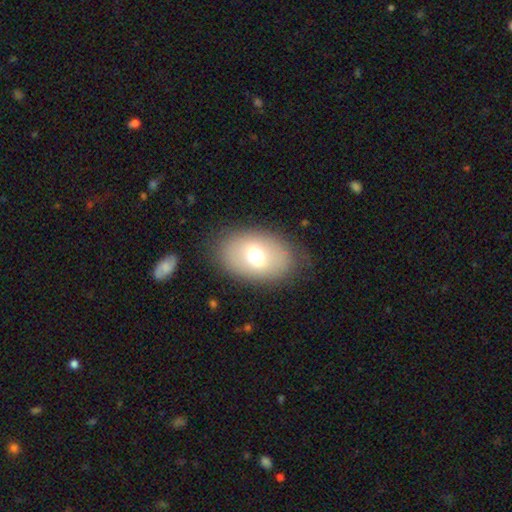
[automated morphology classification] Smooth or featured?
  - smooth: 66% *
  - featured or disk: 24%
  - star or artifact: 10%
How rounded?
  - in between: 81% *
  - round: 18%
  - cigar-shaped: 1%
Merging?
  - none: 82% *
  - minor disturbance: 11%
  - major disturbance: 6%
  - merger: 1%